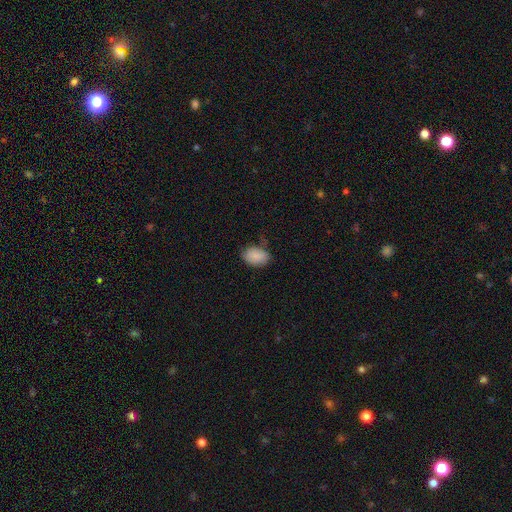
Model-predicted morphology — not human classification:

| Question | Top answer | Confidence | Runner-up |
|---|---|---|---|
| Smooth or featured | smooth | 88% | star or artifact (7%) |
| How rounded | in between | 85% | round (14%) |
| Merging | none | 72% | minor disturbance (21%) |